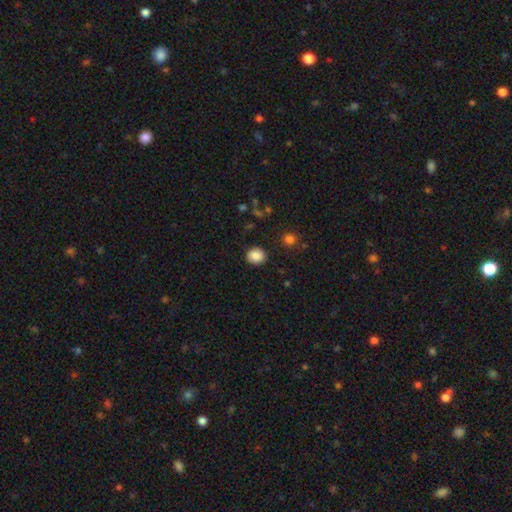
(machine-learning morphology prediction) The model was most divided on "how rounded": round: 74%, in between: 26%, cigar-shaped: 1%. More confident: merging — none (89%); smooth or featured — smooth (87%).